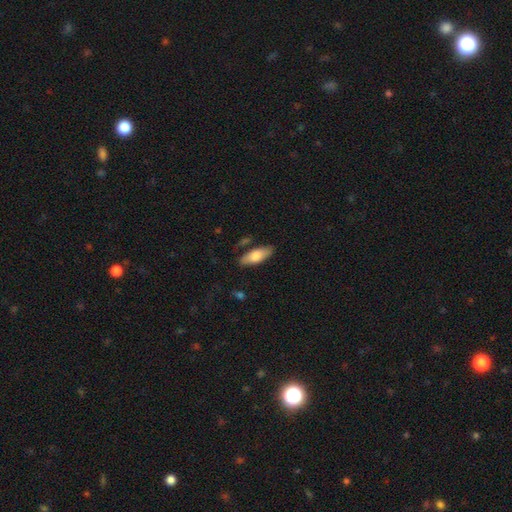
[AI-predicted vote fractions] Morphology: type=smooth (77%); roundness=in between (75%); merging=none (78%).